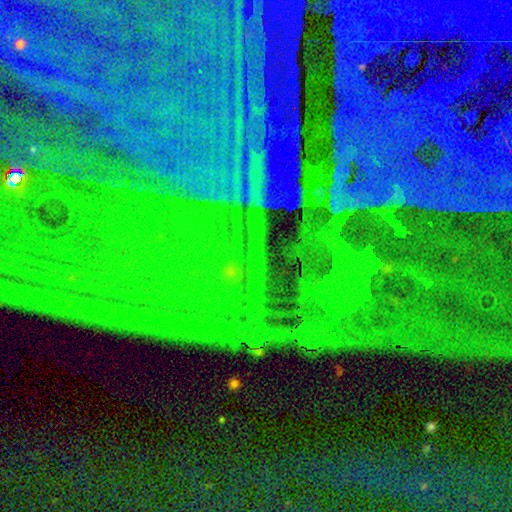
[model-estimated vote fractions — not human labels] Morphology: type=star or artifact (88%).